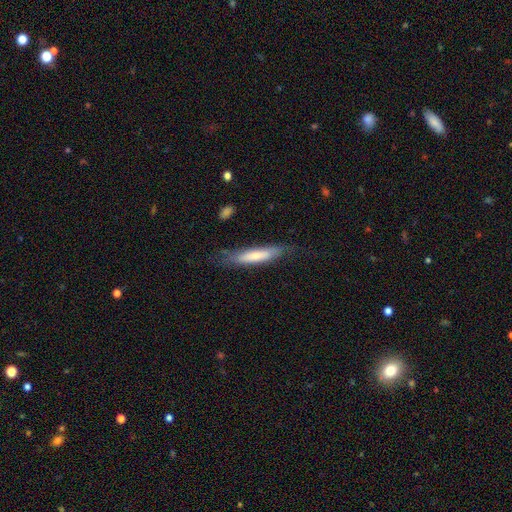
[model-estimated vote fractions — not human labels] A smooth galaxy with no disk features (63%) that is cigar-shaped (82%).

Vote fractions:
- Smooth or featured? smooth: 63% / featured or disk: 31% / star or artifact: 6%
- How rounded? cigar-shaped: 82% / in between: 17% / round: 1%
- Merging? none: 71% / minor disturbance: 20% / major disturbance: 8% / merger: 2%